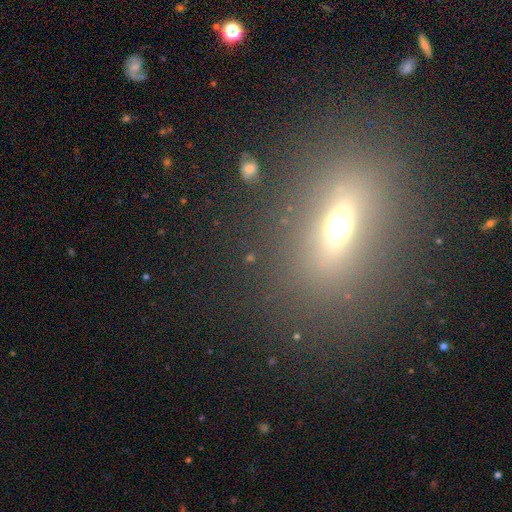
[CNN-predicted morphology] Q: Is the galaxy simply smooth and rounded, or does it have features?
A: smooth — 44%.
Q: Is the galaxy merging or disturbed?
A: none — 84%.